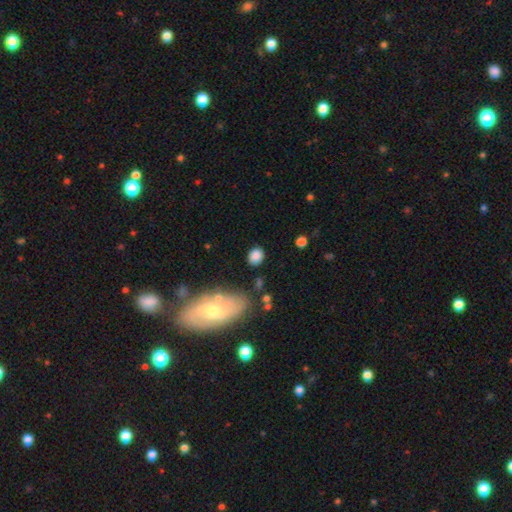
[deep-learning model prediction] Q: Smooth or featured?
A: smooth (84%); runner-up: star or artifact (9%)
Q: How rounded?
A: round (51%); runner-up: in between (47%)
Q: Merging?
A: none (80%); runner-up: minor disturbance (12%)